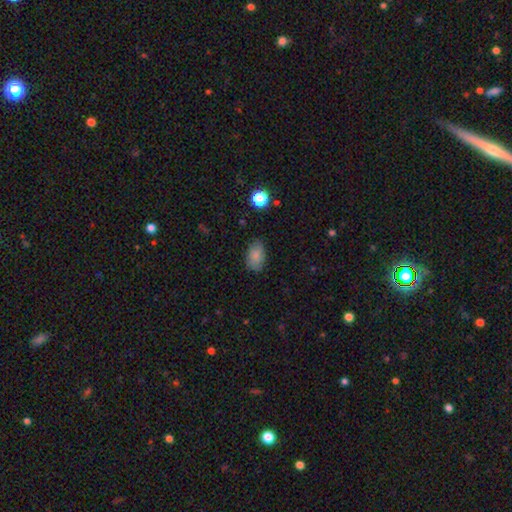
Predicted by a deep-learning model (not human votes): Morphology: type=smooth (81%); roundness=in between (87%); merging=none (76%).